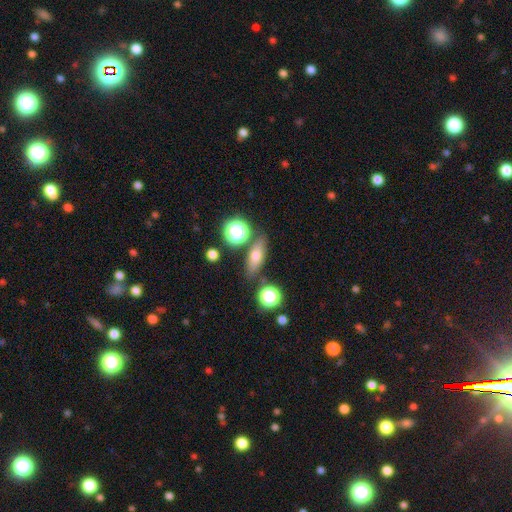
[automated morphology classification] Smooth or featured? Predicted: smooth (p=0.63). How rounded? Predicted: in between (p=0.54). Merging? Predicted: none (p=0.79).